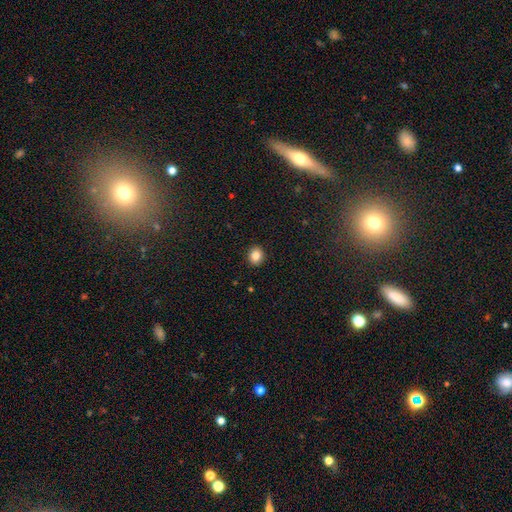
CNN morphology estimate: This is clearly a smooth galaxy (85%). How rounded: likely round (68%). Merging: clearly none (91%).